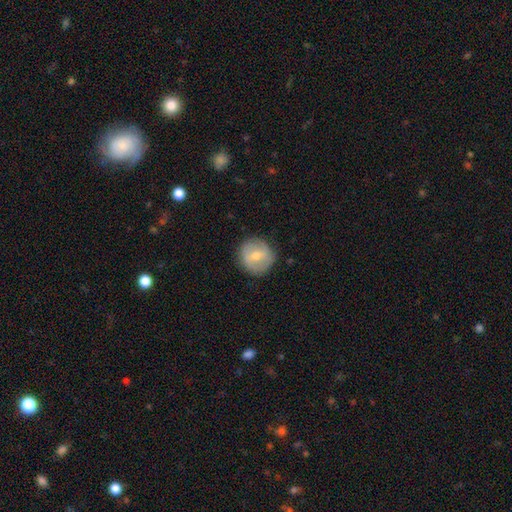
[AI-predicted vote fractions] Smooth or featured? smooth (58%)
How rounded? round (92%)
Merging? none (84%)